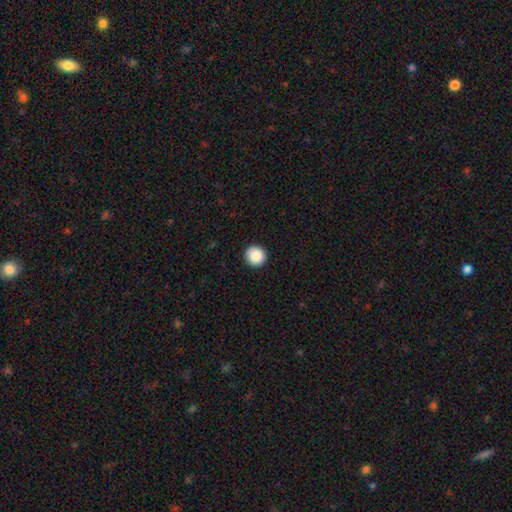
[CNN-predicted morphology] The model was most divided on "smooth or featured": smooth: 88%, star or artifact: 8%, featured or disk: 3%. More confident: how rounded — round (95%); merging — none (93%).